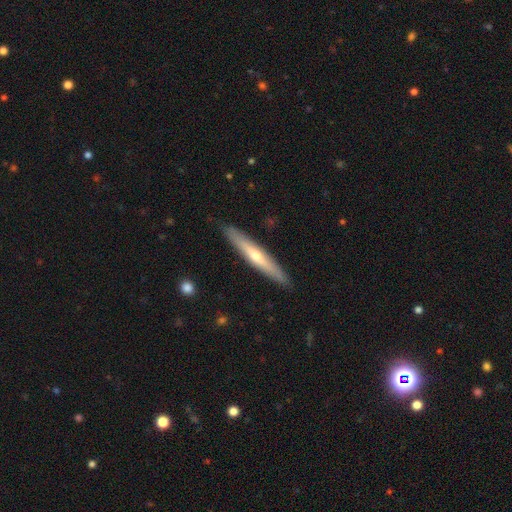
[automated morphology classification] Smooth or featured: featured or disk — 57% (smooth — 37%)
Edge-on disk: yes — 92% (no — 8%)
Edge-on bulge: rounded — 77% (none — 21%)
Merging: none — 91% (minor disturbance — 7%)